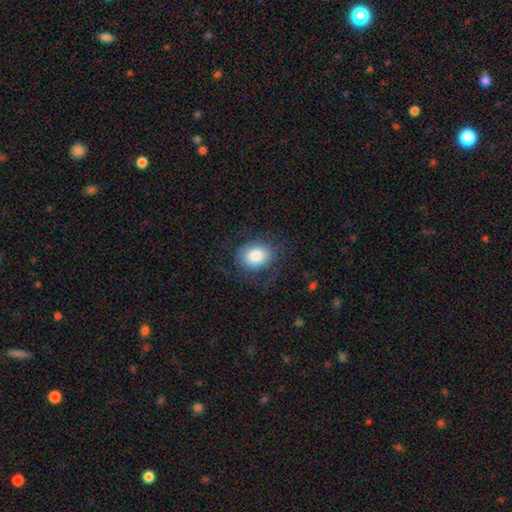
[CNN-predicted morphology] Smooth or featured? Predicted: smooth (p=0.75). How rounded? Predicted: in between (p=0.50). Merging? Predicted: none (p=0.67).